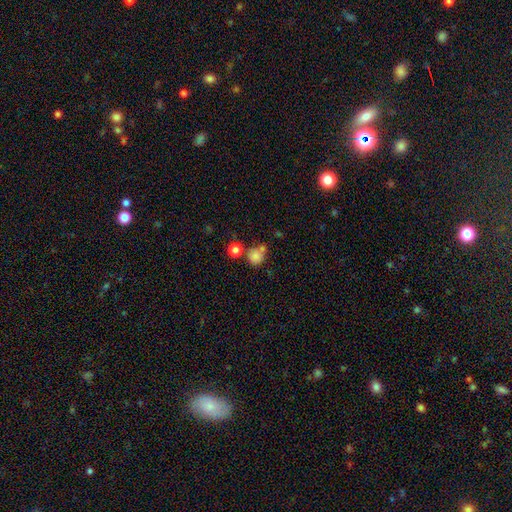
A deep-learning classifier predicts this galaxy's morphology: smooth-or-featured: smooth: 81% | star or artifact: 12% | featured or disk: 7%
  how-rounded: round: 84% | in between: 15% | cigar-shaped: 1%
  merging: none: 54% | merger: 28% | minor disturbance: 13% | major disturbance: 6%